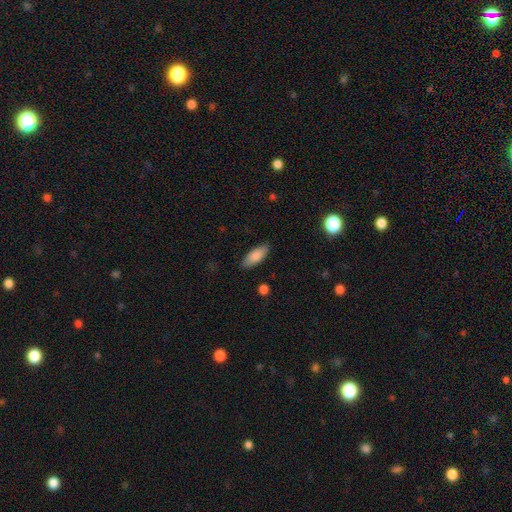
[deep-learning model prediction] smooth_or_featured: smooth (p=0.86) [alt: featured or disk p=0.08]
how_rounded: in between (p=0.76) [alt: cigar-shaped p=0.22]
merging: none (p=0.87) [alt: minor disturbance p=0.10]